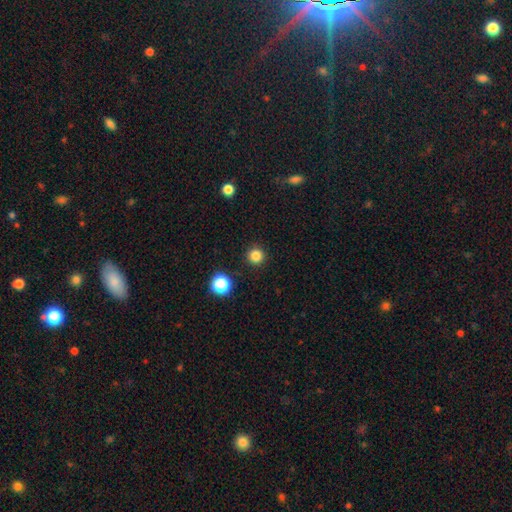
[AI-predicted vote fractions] This is clearly a smooth galaxy (83%). How rounded: clearly round (96%). Merging: clearly none (92%).